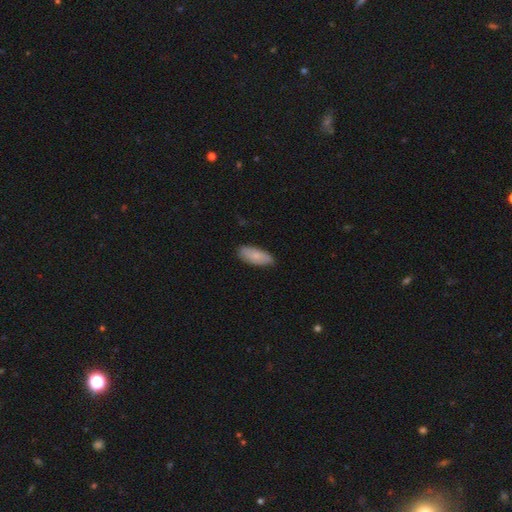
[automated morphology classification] A smooth galaxy with no disk features (77%) that is in between round and cigar-shaped (81%). Merging: none (84%).